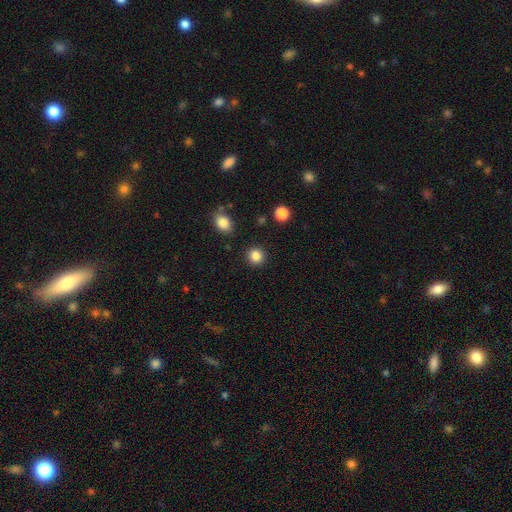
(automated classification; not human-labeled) smooth-or-featured: smooth: 86% | star or artifact: 10% | featured or disk: 4%
  how-rounded: round: 91% | in between: 8% | cigar-shaped: 1%
  merging: none: 91% | minor disturbance: 5% | major disturbance: 2% | merger: 2%